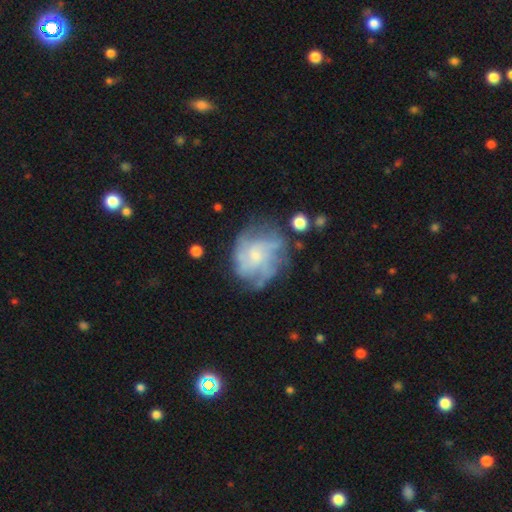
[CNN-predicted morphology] This appears to be a featured or disk galaxy (72%) with no bar (72%), medium (42%) spiral arms (82%) and a small central bulge (52%). Merging: none (60%).